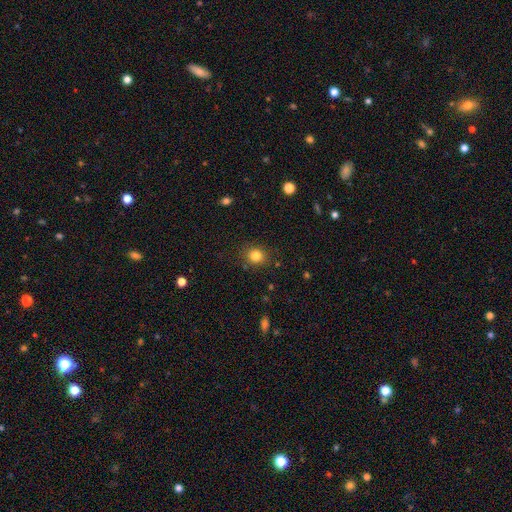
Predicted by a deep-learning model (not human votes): Smooth or featured? smooth (82%)
How rounded? round (74%)
Merging? none (86%)